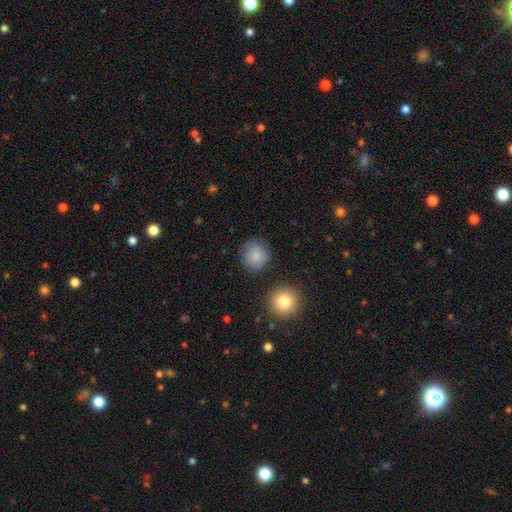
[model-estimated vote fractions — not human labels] smooth 86%, star or artifact 8%, featured or disk 6%. Down the decision tree: how rounded — round (90%); merging — none (81%).